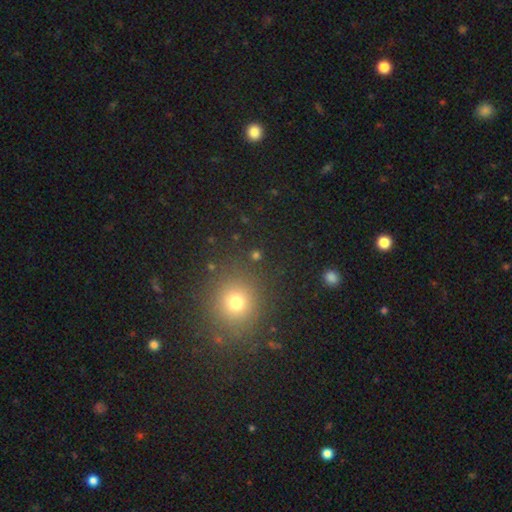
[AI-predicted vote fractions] smooth 62%, star or artifact 30%, featured or disk 7%. Down the decision tree: how rounded — round (87%); merging — none (86%).